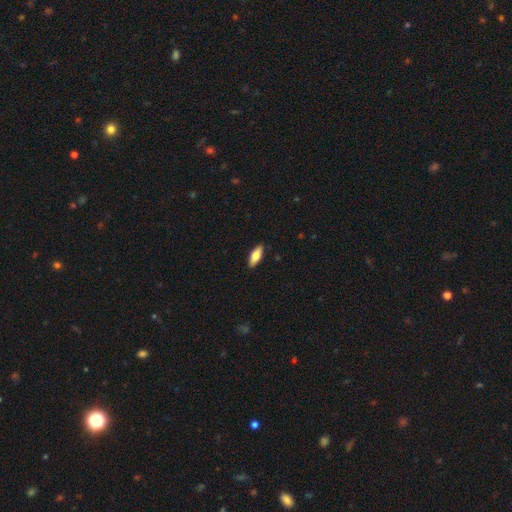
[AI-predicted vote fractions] smooth_or_featured: smooth (p=0.75) [alt: featured or disk p=0.19]
how_rounded: in between (p=0.74) [alt: cigar-shaped p=0.24]
merging: none (p=0.89) [alt: minor disturbance p=0.09]